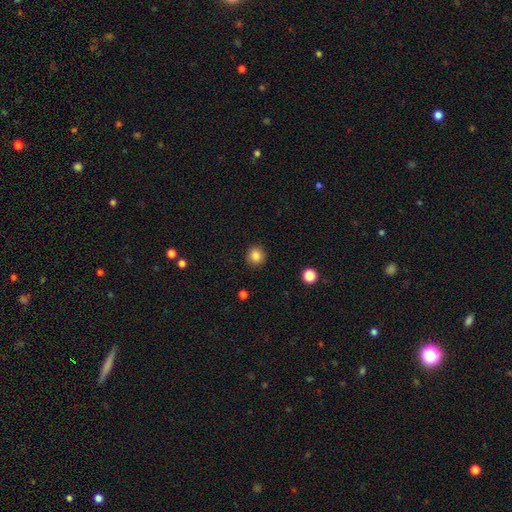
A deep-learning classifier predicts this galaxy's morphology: smooth_or_featured: smooth (p=0.85) [alt: star or artifact p=0.10]
how_rounded: round (p=0.93) [alt: in between p=0.06]
merging: none (p=0.92) [alt: minor disturbance p=0.05]